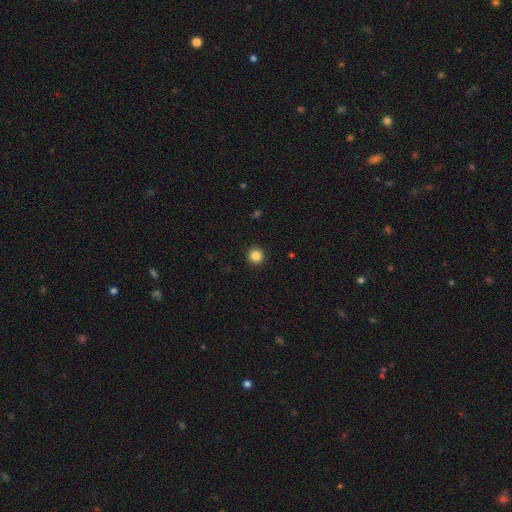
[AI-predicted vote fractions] A smooth galaxy with no disk features (85%) that is round (95%). Merging: none (93%).